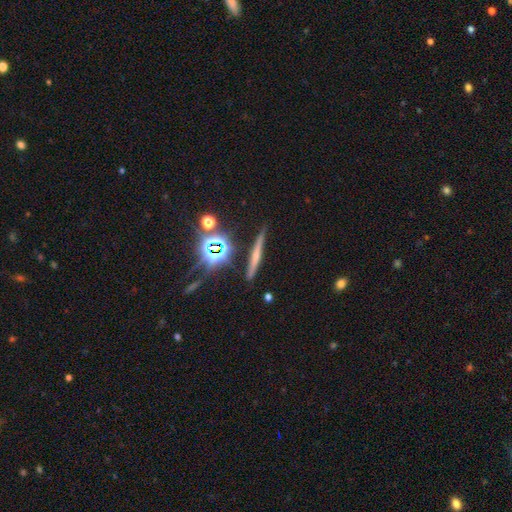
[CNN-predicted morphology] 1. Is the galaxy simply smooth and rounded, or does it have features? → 44% featured or disk, 35% smooth, 22% star or artifact.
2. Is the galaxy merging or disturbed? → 84% none, 10% minor disturbance, 3% merger, 3% major disturbance.